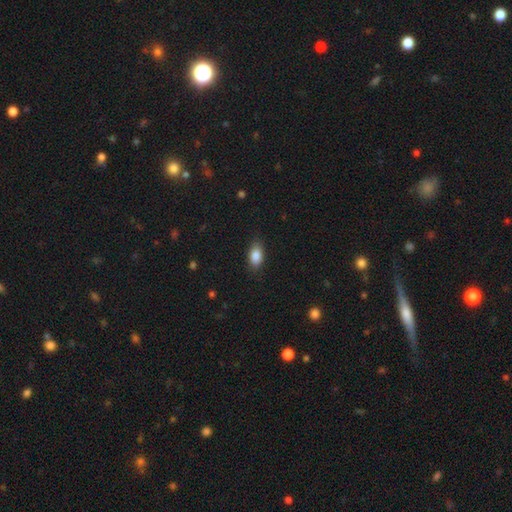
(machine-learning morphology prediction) type=smooth (87%); roundness=in between (91%); merging=none (84%).